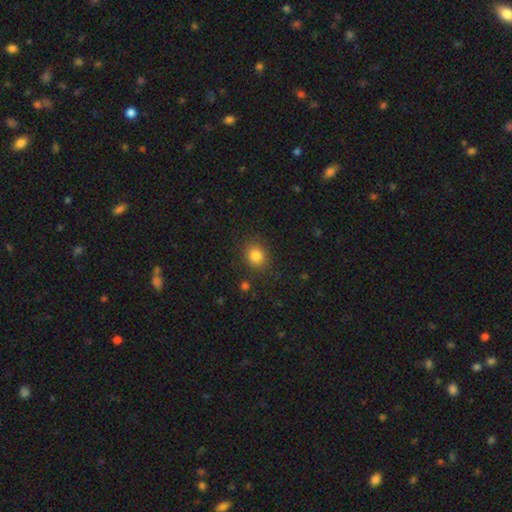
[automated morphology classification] Overall: smooth (83%). How rounded: round (73%). Merging: none (86%).